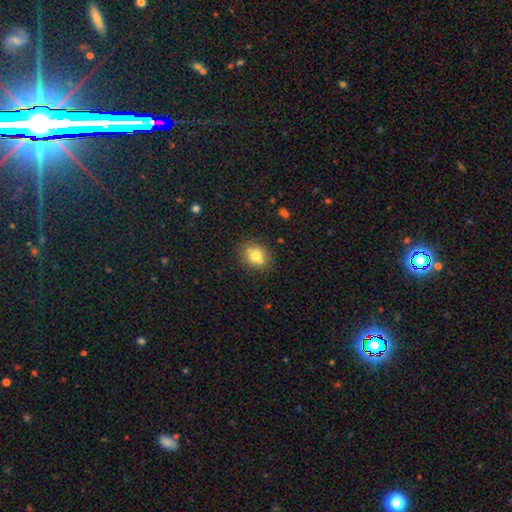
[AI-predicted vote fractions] smooth 71%, featured or disk 18%, star or artifact 11%. Down the decision tree: how rounded — round (56%); merging — none (65%).